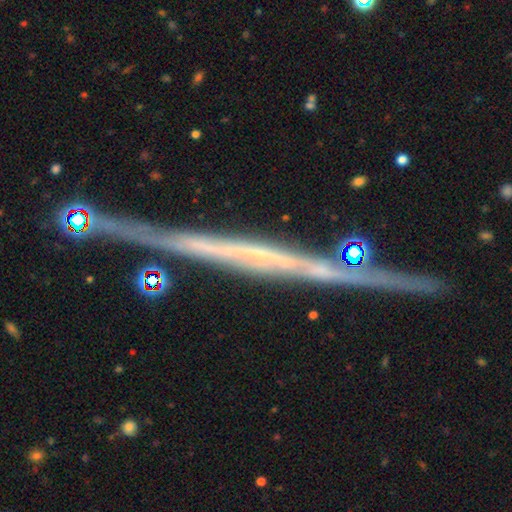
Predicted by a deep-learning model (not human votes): smooth_or_featured: featured or disk (p=0.76) [alt: smooth p=0.14]
disk_edge_on: yes (p=0.96) [alt: no p=0.04]
edge_on_bulge: none (p=0.83) [alt: rounded p=0.09]
merging: none (p=0.78) [alt: minor disturbance p=0.14]